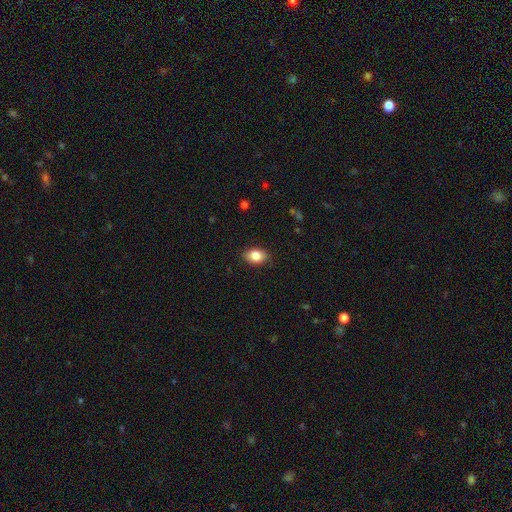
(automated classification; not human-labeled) Q: Smooth or featured?
A: smooth (84%); runner-up: star or artifact (8%)
Q: How rounded?
A: in between (84%); runner-up: round (14%)
Q: Merging?
A: none (87%); runner-up: minor disturbance (10%)